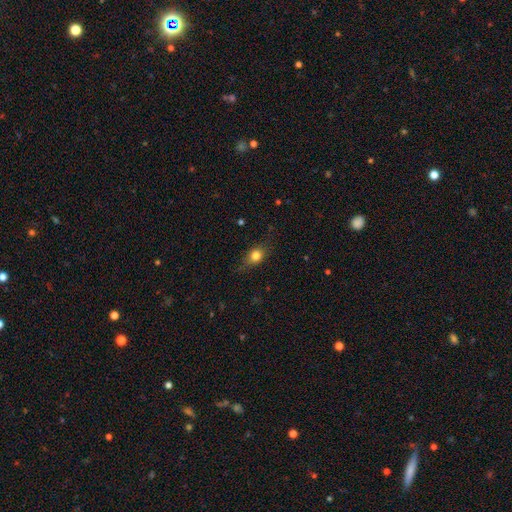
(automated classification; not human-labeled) Overall: smooth (73%). How rounded: in between (50%; round 44%). Merging: none (71%).